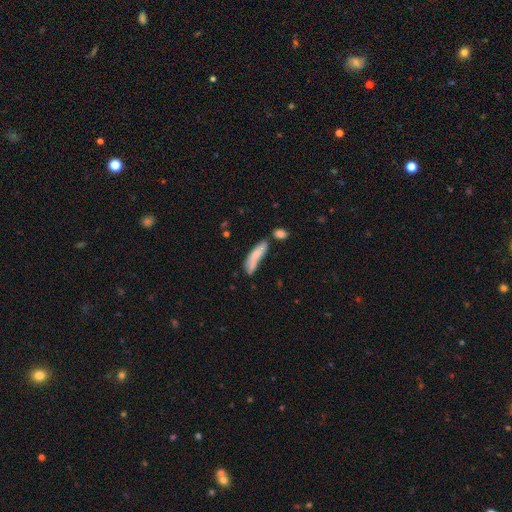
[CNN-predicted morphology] A smooth galaxy with no disk features (74%) that is cigar-shaped (69%).

Vote fractions:
- Smooth or featured? smooth: 74% / featured or disk: 19% / star or artifact: 7%
- How rounded? cigar-shaped: 69% / in between: 30% / round: 2%
- Merging? none: 49% / minor disturbance: 26% / merger: 17% / major disturbance: 9%